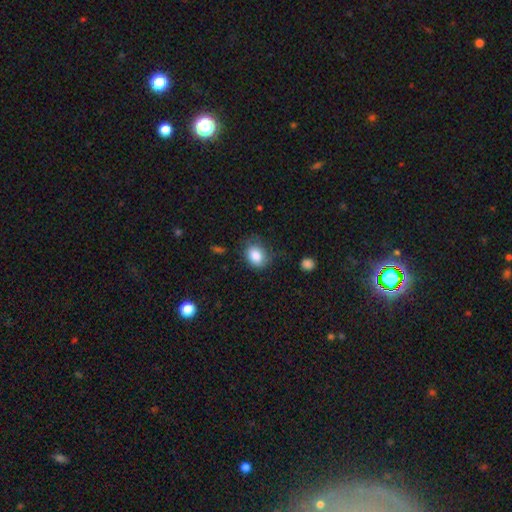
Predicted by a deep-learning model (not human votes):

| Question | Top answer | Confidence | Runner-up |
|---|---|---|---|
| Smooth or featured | smooth | 84% | star or artifact (8%) |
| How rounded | in between | 56% | round (43%) |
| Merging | none | 62% | minor disturbance (26%) |